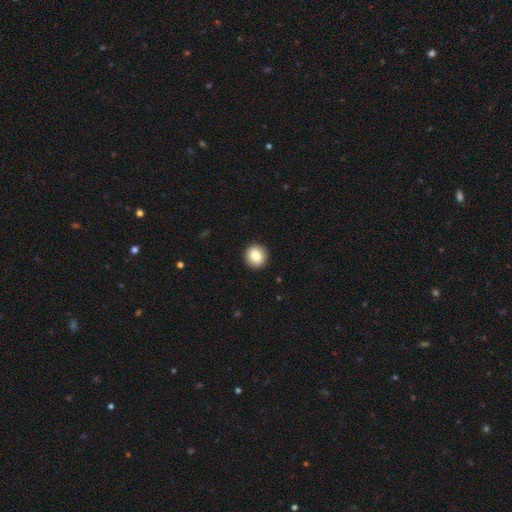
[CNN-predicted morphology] Smooth or featured: smooth — 83% (featured or disk — 8%)
How rounded: round — 91% (in between — 8%)
Merging: none — 93% (minor disturbance — 5%)